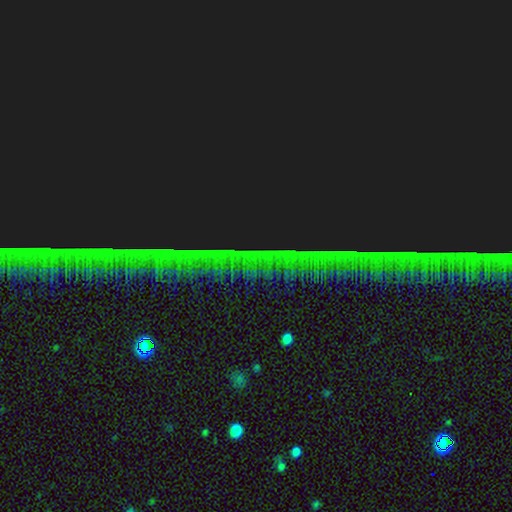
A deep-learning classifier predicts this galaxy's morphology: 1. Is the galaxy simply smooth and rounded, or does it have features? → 85% star or artifact, 8% featured or disk, 7% smooth.